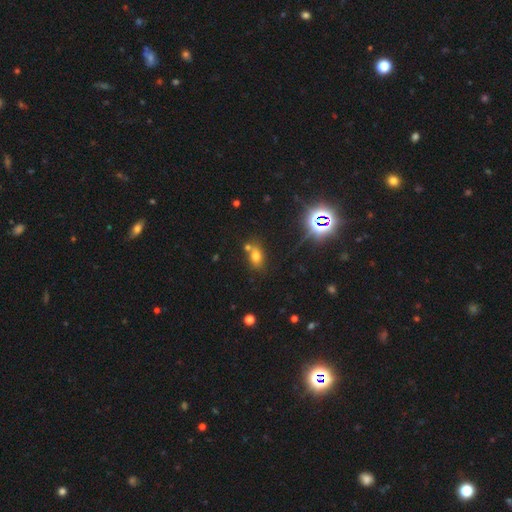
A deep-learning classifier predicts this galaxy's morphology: Q: Smooth or featured?
A: smooth (65%); runner-up: star or artifact (23%)
Q: How rounded?
A: in between (75%); runner-up: round (23%)
Q: Merging?
A: none (57%); runner-up: merger (26%)